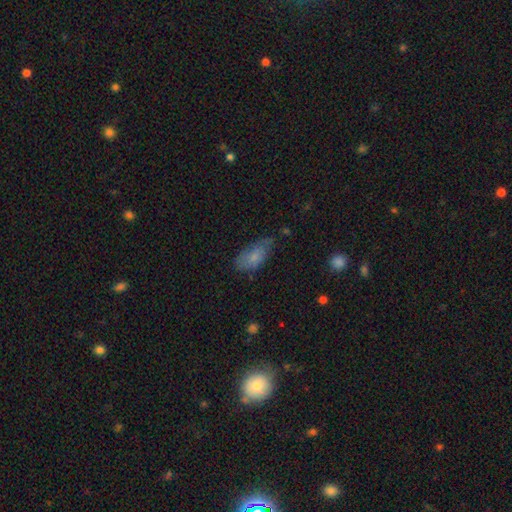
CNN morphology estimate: This appears to be a smooth galaxy with no disk features (77%) that is in between round and cigar-shaped (91%). Merging: none (53%).